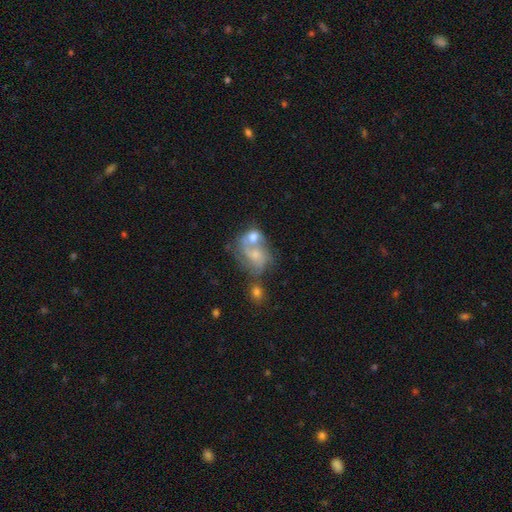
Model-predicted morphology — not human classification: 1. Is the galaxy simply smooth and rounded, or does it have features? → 62% featured or disk, 29% smooth, 9% star or artifact.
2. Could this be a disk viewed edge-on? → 98% no, 2% yes.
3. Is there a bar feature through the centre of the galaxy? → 74% no, 22% weak, 4% strong.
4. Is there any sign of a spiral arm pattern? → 75% yes, 25% no.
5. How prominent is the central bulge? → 44% moderate, 38% small, 10% none, 6% large, 2% dominant.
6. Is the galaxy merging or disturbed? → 56% merger, 21% none, 11% major disturbance, 11% minor disturbance.